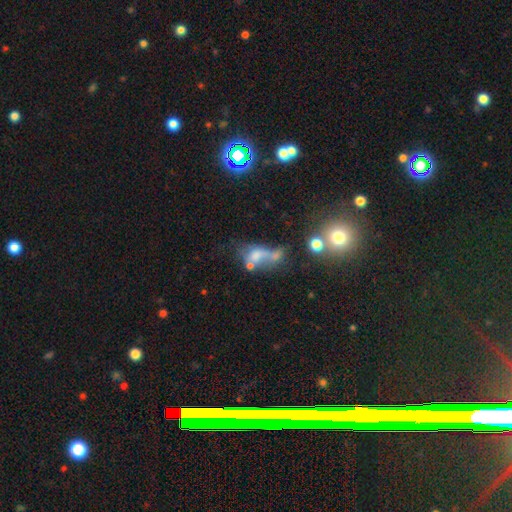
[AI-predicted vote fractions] Smooth or featured?
  - smooth: 47% *
  - featured or disk: 34%
  - star or artifact: 19%
Merging?
  - merger: 46% *
  - major disturbance: 23%
  - none: 18%
  - minor disturbance: 13%